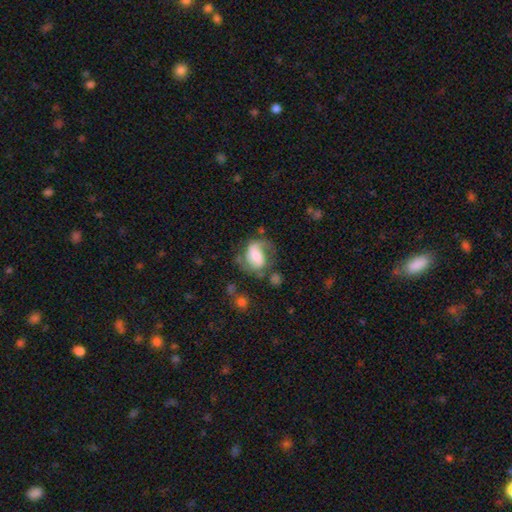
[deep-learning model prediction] A featured or disk galaxy (57%) with no bar (43%), spiral arms (83%) and a moderate central bulge (38%). Merging: none (44%).